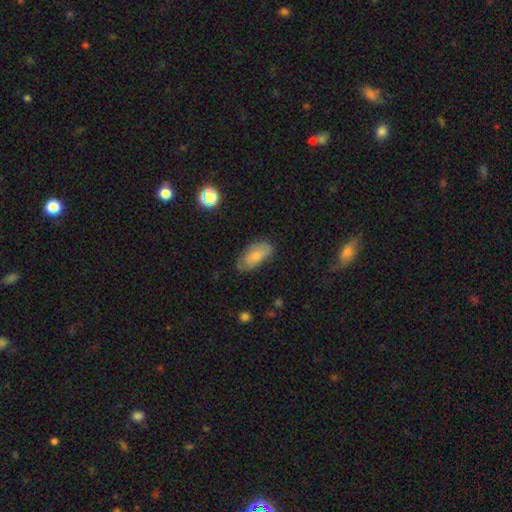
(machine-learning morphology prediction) smooth_or_featured: smooth (p=0.68) [alt: featured or disk p=0.25]
how_rounded: in between (p=0.91) [alt: cigar-shaped p=0.05]
merging: none (p=0.66) [alt: minor disturbance p=0.26]